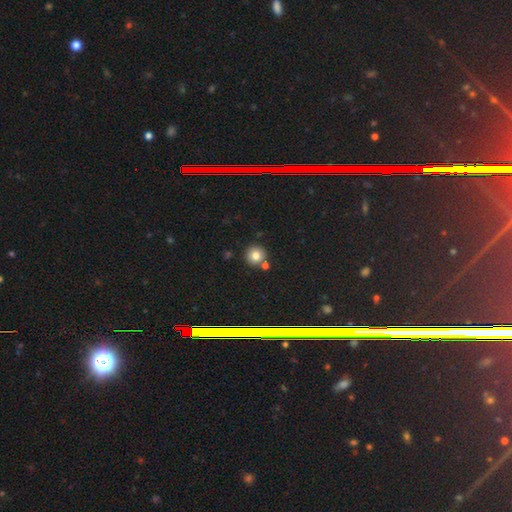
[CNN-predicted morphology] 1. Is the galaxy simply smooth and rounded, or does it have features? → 76% smooth, 15% star or artifact, 9% featured or disk.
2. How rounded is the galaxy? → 92% round, 7% in between, 1% cigar-shaped.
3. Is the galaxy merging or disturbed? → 75% none, 15% merger, 8% minor disturbance, 2% major disturbance.